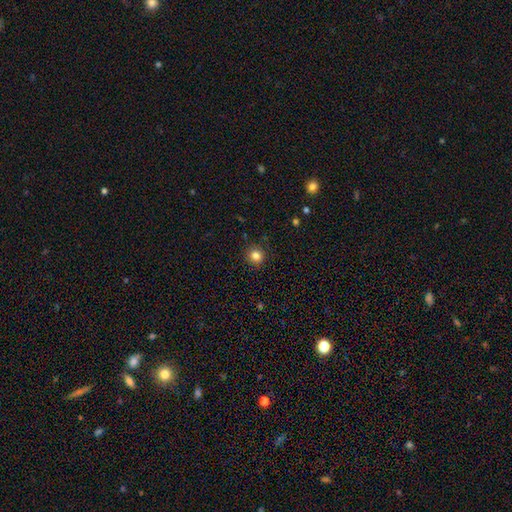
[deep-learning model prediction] A smooth galaxy with no disk features (84%) that is round (92%). Merging: none (91%).